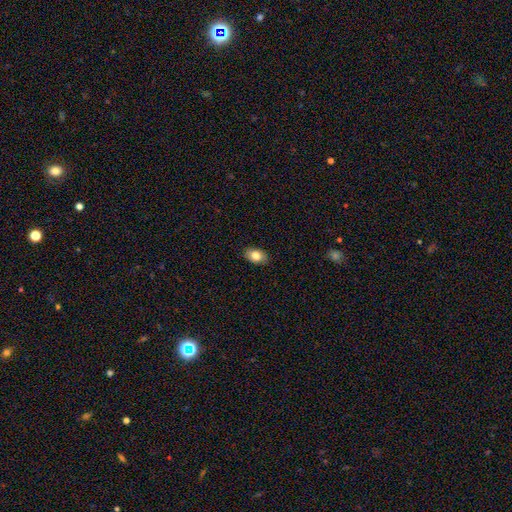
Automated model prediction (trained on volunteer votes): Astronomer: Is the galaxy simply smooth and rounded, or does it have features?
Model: smooth — 81%.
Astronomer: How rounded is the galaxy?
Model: in between — 89%.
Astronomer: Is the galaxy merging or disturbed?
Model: none — 88%.